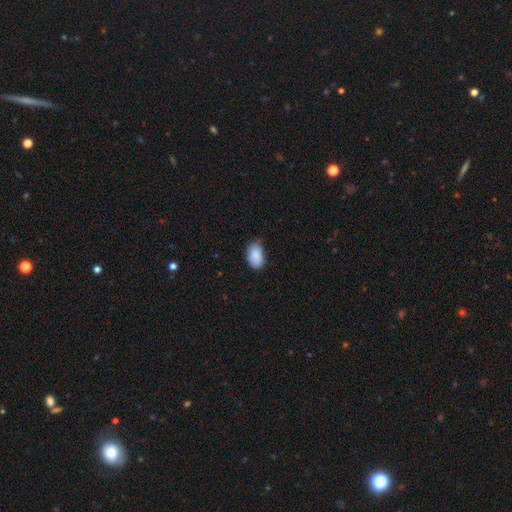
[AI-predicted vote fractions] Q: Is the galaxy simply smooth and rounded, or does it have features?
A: smooth — 89%.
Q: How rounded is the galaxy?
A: in between — 89%.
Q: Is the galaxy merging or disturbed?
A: none — 62%.